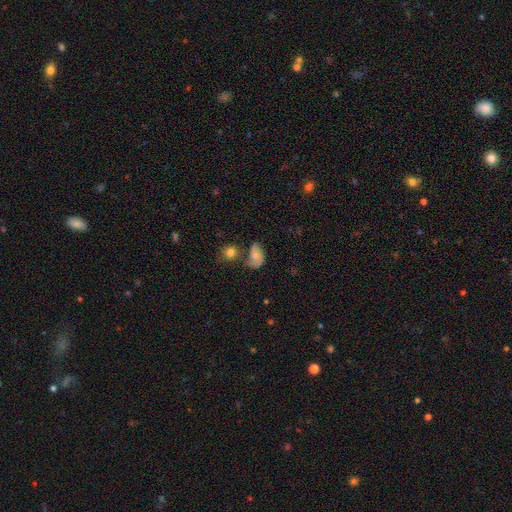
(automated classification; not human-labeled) This appears to be a smooth galaxy with no disk features (48%). Merging: none (32%).